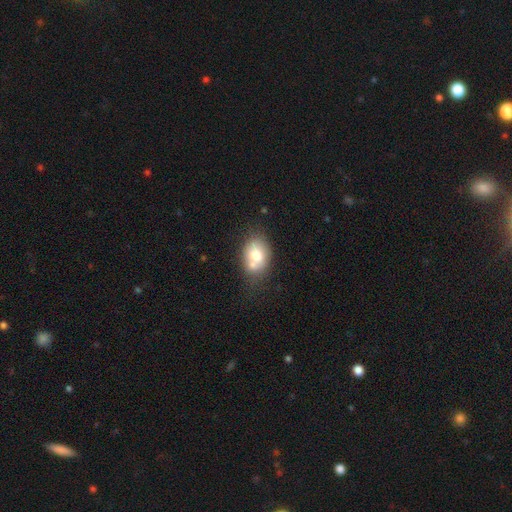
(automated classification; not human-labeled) smooth_or_featured: smooth (p=0.70) [alt: featured or disk p=0.21]
how_rounded: in between (p=0.74) [alt: round p=0.25]
merging: none (p=0.48) [alt: merger p=0.27]